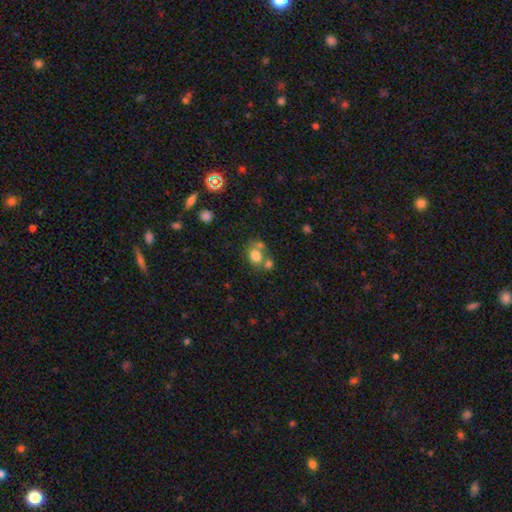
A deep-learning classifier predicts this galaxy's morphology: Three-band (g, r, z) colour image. It shows a smooth galaxy with no disk features (75%) that is round (52%). Merging: none (46%).